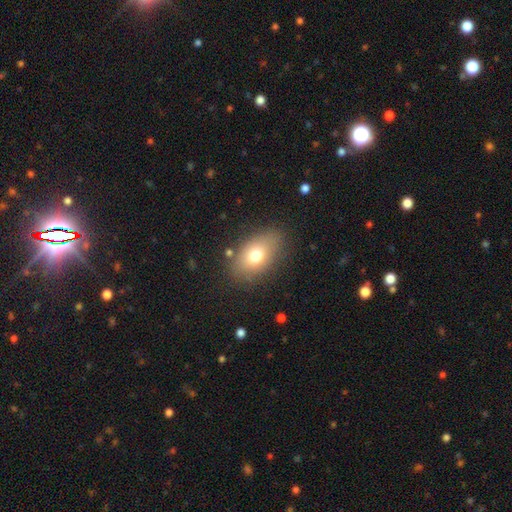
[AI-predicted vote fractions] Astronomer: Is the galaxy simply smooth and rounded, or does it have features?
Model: smooth — 73%.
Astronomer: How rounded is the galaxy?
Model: in between — 86%.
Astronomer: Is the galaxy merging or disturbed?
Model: none — 79%.